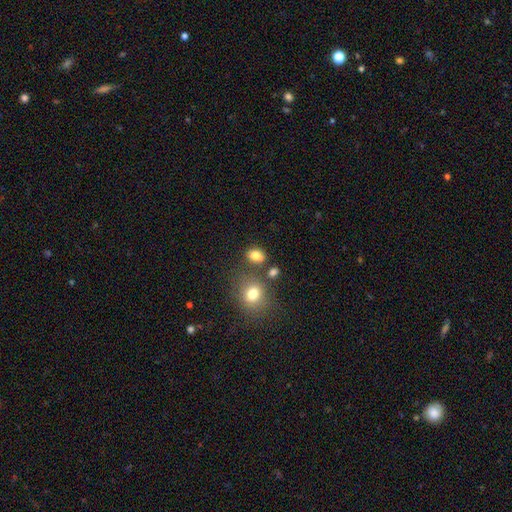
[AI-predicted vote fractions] This appears to be a smooth galaxy with no disk features (79%) that is in between round and cigar-shaped (56%). Merging: none (65%).